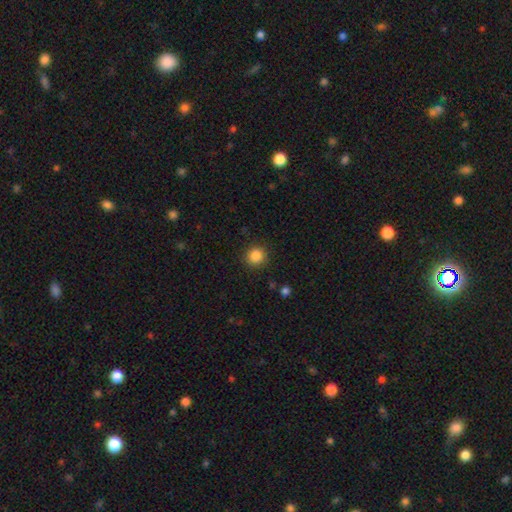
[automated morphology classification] This appears to be a smooth galaxy with no disk features (86%) that is round (92%). Merging: none (90%).